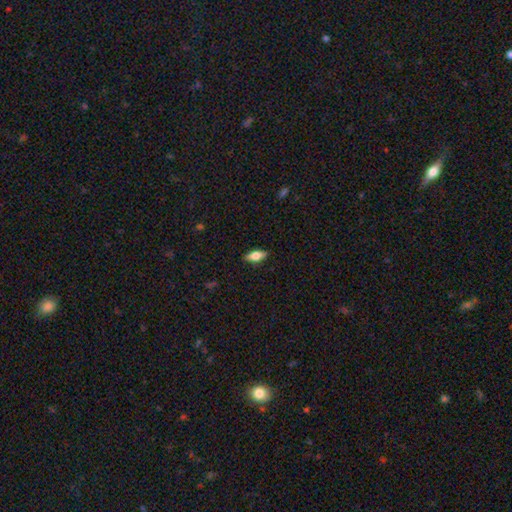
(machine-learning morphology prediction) A smooth galaxy with no disk features (72%) that is in between round and cigar-shaped (80%). Merging: none (88%).